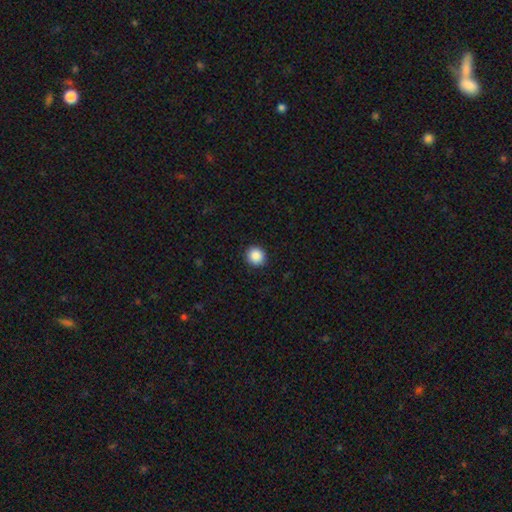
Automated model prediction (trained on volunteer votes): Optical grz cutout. It shows a smooth galaxy with no disk features (89%) that is round (92%). Merging: none (91%).